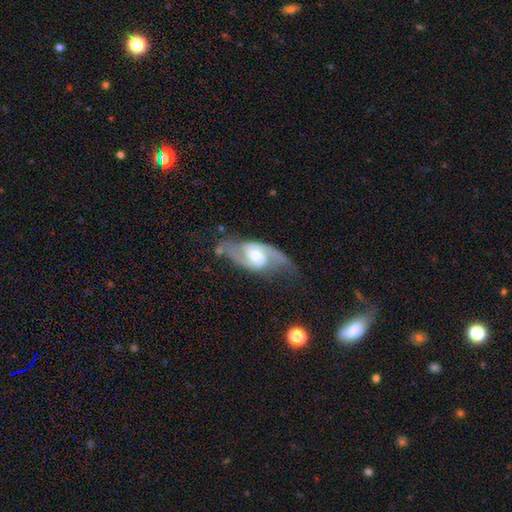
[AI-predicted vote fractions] A featured or disk galaxy (89%) with a weak bar (54%), 2 (91%) medium (54%) spiral arms (97%) and a moderate central bulge (64%).

Vote fractions:
- Smooth or featured? featured or disk: 89% / smooth: 7% / star or artifact: 4%
- Edge-on disk? no: 95% / yes: 5%
- Bar? weak: 54% / no: 24% / strong: 22%
- Spiral arms? yes: 97% / no: 3%
- Spiral winding? medium: 54% / loose: 26% / tight: 20%
- Spiral arm count? 2: 91% / can't tell: 3% / 1: 2% / 3: 1% / 4: 1% / more than 4: 1%
- Bulge size? moderate: 64% / large: 18% / small: 14% / none: 2% / dominant: 1%
- Merging? none: 64% / minor disturbance: 23% / major disturbance: 11% / merger: 3%